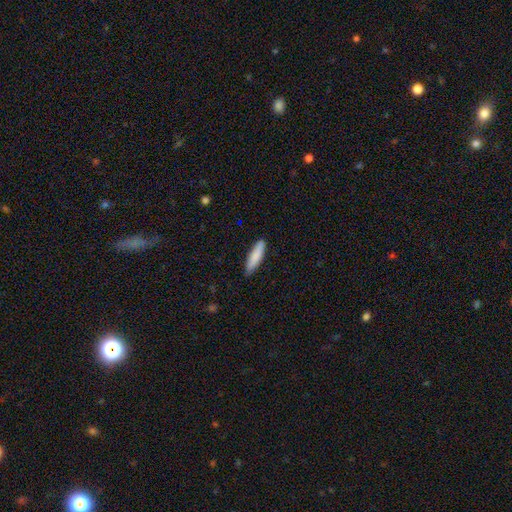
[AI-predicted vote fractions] A smooth galaxy with no disk features (85%) that is cigar-shaped (70%).

Vote fractions:
- Smooth or featured? smooth: 85% / featured or disk: 9% / star or artifact: 6%
- How rounded? cigar-shaped: 70% / in between: 28% / round: 1%
- Merging? none: 84% / minor disturbance: 13% / major disturbance: 2% / merger: 1%